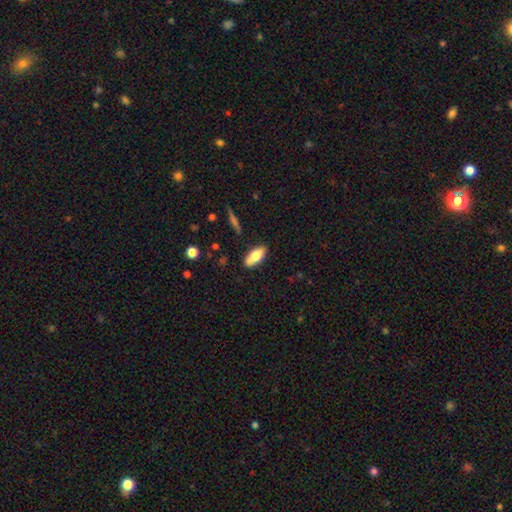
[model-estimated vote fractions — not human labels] Smooth or featured?
  - smooth: 69% *
  - featured or disk: 24%
  - star or artifact: 7%
How rounded?
  - in between: 81% *
  - cigar-shaped: 16%
  - round: 3%
Merging?
  - none: 72% *
  - minor disturbance: 16%
  - merger: 8%
  - major disturbance: 3%